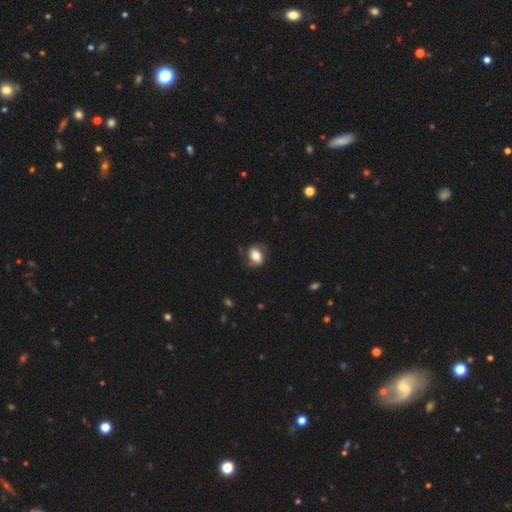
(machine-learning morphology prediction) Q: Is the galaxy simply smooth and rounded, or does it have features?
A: smooth — 67%.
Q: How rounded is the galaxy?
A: in between — 67%.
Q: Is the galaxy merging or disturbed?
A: none — 71%.